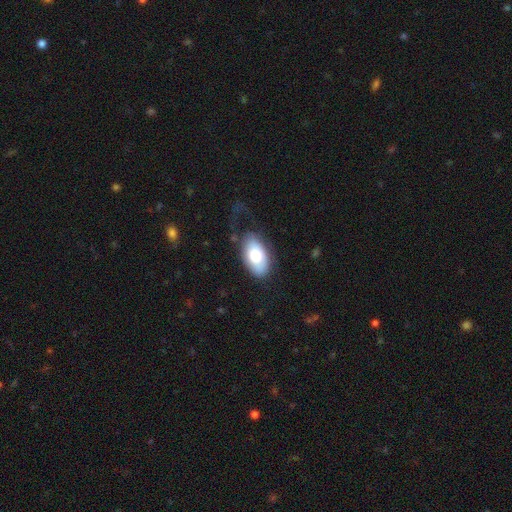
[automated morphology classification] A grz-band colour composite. It shows a smooth galaxy with no disk features (72%) that is in between round and cigar-shaped (94%). Merging: none (61%).